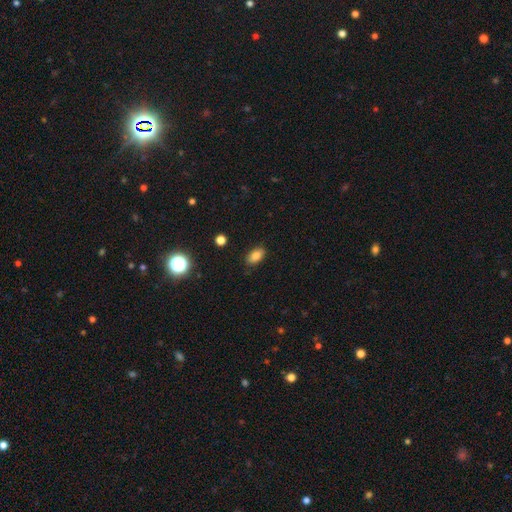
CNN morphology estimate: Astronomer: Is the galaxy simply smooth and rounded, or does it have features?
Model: smooth — 83%.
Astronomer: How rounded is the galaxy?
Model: in between — 91%.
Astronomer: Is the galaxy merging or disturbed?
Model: none — 85%.